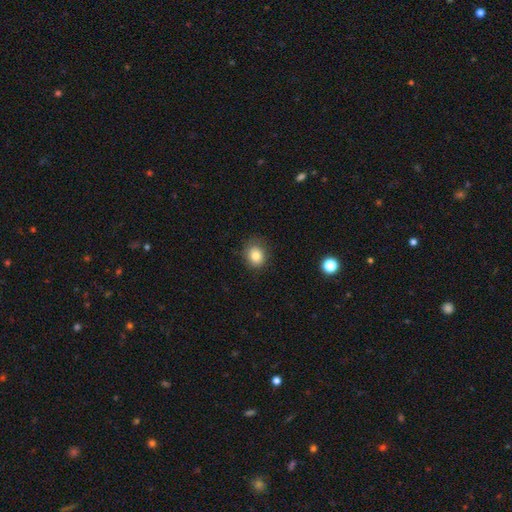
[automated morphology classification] Q: Smooth or featured?
A: smooth (81%); runner-up: star or artifact (10%)
Q: How rounded?
A: round (68%); runner-up: in between (31%)
Q: Merging?
A: none (80%); runner-up: minor disturbance (15%)